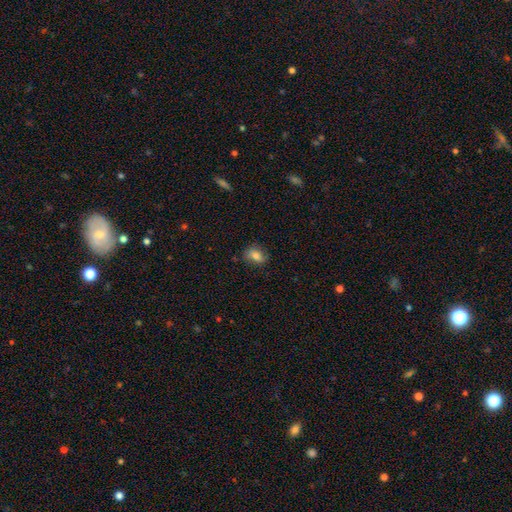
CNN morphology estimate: type=smooth (80%); roundness=in between (72%); merging=none (75%).